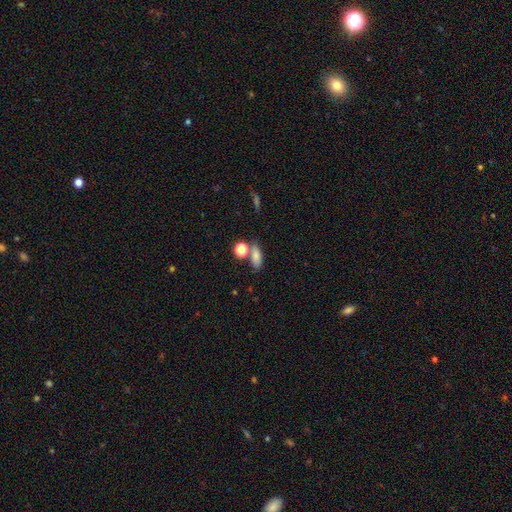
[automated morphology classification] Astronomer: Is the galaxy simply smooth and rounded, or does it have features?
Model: smooth — 80%.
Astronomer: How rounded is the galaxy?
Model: in between — 72%.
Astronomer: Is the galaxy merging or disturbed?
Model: none — 58%.